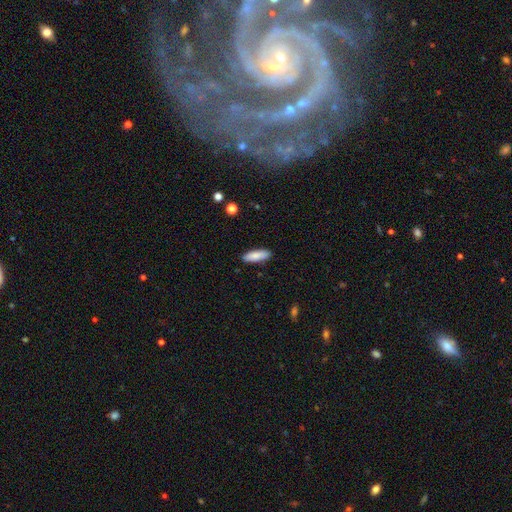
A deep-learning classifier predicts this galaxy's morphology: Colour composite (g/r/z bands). It shows a smooth galaxy with no disk features (86%) that is in between round and cigar-shaped (55%). Merging: none (89%).